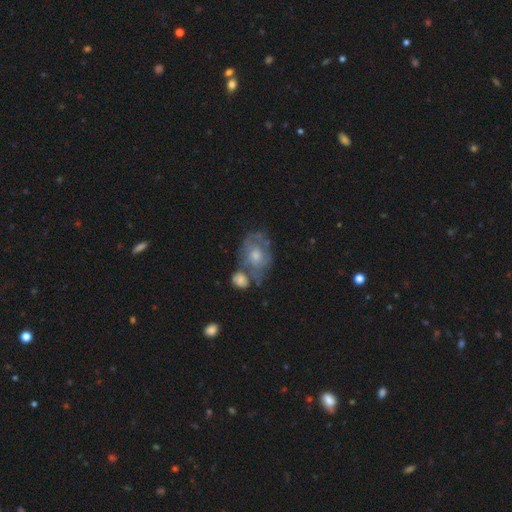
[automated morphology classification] Overall: featured or disk (63%; smooth 30%). Edge-on disk: no (96%). Bar: no (81%). Spiral arms: yes (60%; no 40%). Bulge size: moderate (55%; small 31%). Merging: none (41%; merger 27%).